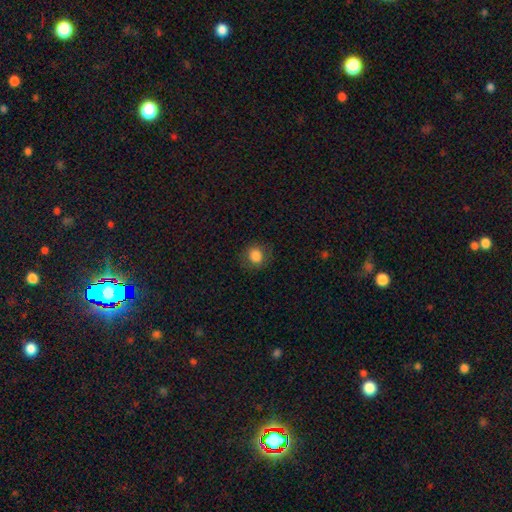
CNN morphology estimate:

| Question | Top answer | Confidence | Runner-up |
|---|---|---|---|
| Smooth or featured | smooth | 83% | star or artifact (10%) |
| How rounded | round | 85% | in between (14%) |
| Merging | none | 84% | minor disturbance (11%) |